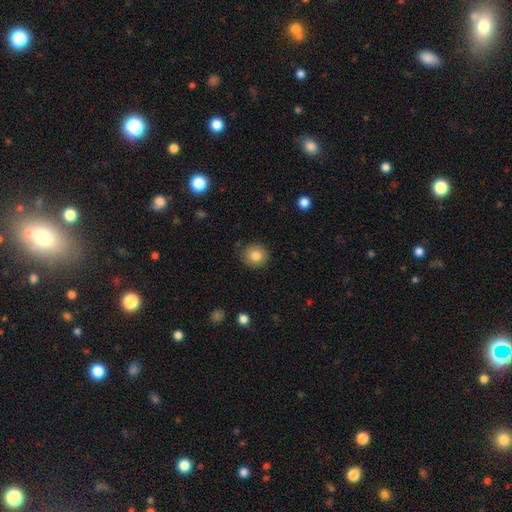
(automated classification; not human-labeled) Q: Smooth or featured?
A: smooth (83%); runner-up: star or artifact (9%)
Q: How rounded?
A: round (90%); runner-up: in between (10%)
Q: Merging?
A: none (88%); runner-up: minor disturbance (9%)